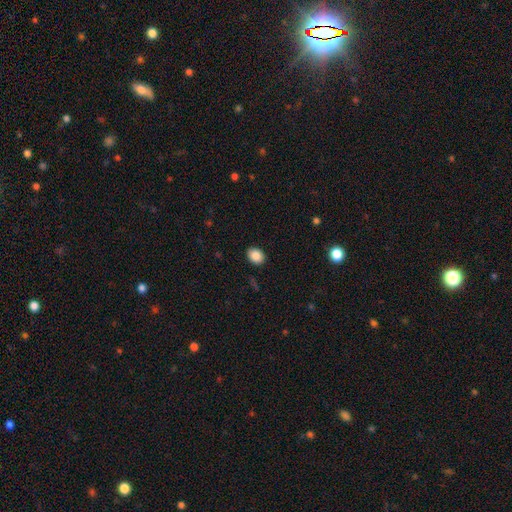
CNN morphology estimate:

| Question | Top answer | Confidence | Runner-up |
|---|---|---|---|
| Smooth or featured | smooth | 87% | star or artifact (9%) |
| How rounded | in between | 64% | round (35%) |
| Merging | none | 89% | minor disturbance (8%) |